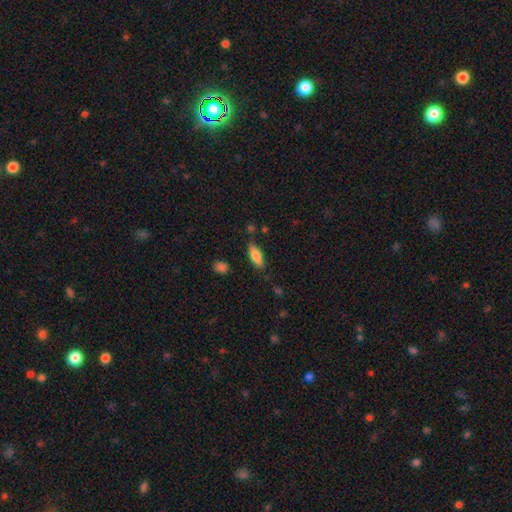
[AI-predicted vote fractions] Smooth or featured: smooth — 77% (featured or disk — 17%)
How rounded: in between — 73% (cigar-shaped — 25%)
Merging: none — 79% (minor disturbance — 14%)